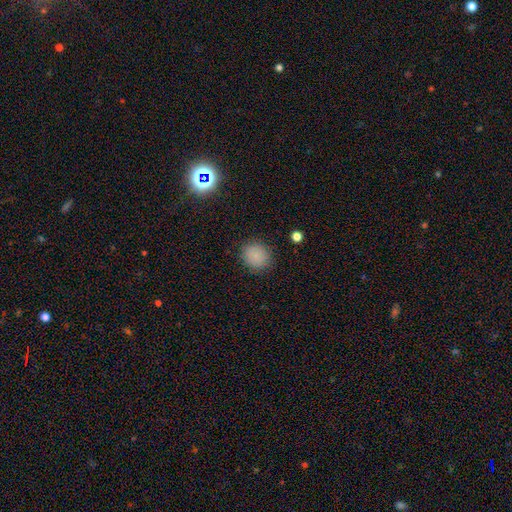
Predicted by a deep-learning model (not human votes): Q: Smooth or featured?
A: smooth (84%); runner-up: star or artifact (11%)
Q: How rounded?
A: round (85%); runner-up: in between (14%)
Q: Merging?
A: none (87%); runner-up: minor disturbance (9%)